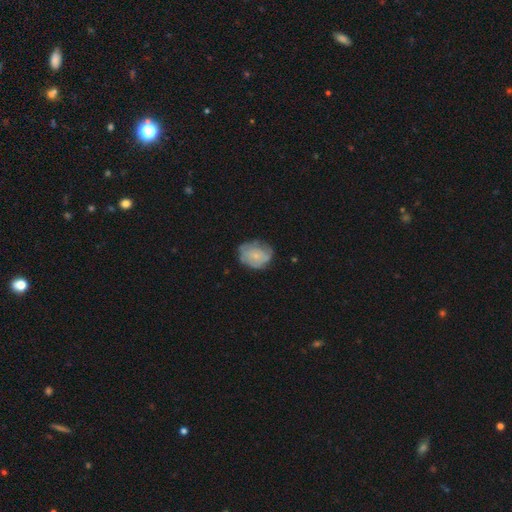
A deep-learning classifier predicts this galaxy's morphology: Overall: featured or disk (49%; smooth 44%). Merging: none (61%; minor disturbance 27%).